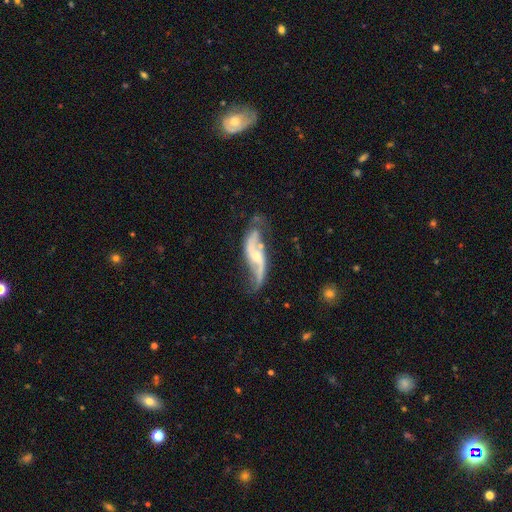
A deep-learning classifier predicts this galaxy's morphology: A featured or disk galaxy (86%) with no bar (43%), 2 (91%) loose (83%) spiral arms (94%) and a small central bulge (52%).

Vote fractions:
- Smooth or featured? featured or disk: 86% / smooth: 9% / star or artifact: 5%
- Edge-on disk? no: 91% / yes: 9%
- Bar? no: 43% / weak: 39% / strong: 18%
- Spiral arms? yes: 94% / no: 6%
- Spiral winding? loose: 83% / medium: 13% / tight: 4%
- Spiral arm count? 2: 91% / can't tell: 3% / 1: 3% / 3: 1% / 4: 1% / more than 4: 1%
- Bulge size? small: 52% / moderate: 35% / none: 9% / large: 2% / dominant: 1%
- Merging? none: 56% / minor disturbance: 23% / major disturbance: 14% / merger: 6%